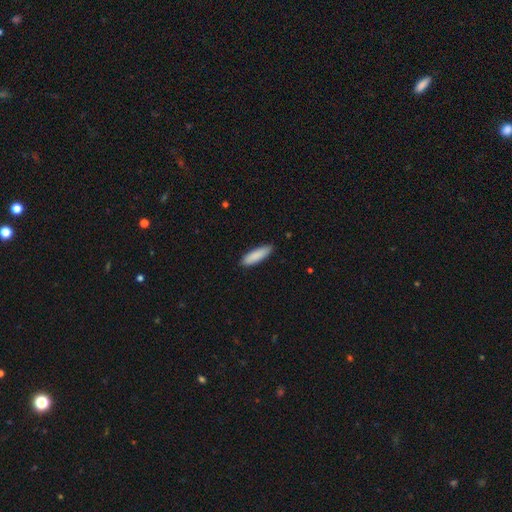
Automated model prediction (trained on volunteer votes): Smooth or featured? Predicted: smooth (p=0.88). How rounded? Predicted: cigar-shaped (p=0.61). Merging? Predicted: none (p=0.88).